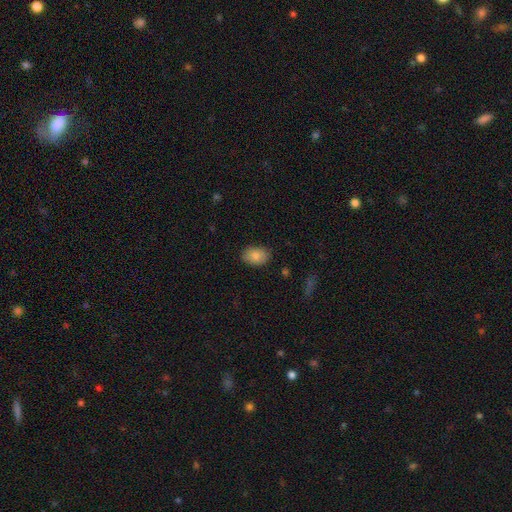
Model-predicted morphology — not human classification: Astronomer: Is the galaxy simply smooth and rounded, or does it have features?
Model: smooth — 85%.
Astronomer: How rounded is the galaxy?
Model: in between — 86%.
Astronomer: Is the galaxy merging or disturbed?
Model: none — 86%.